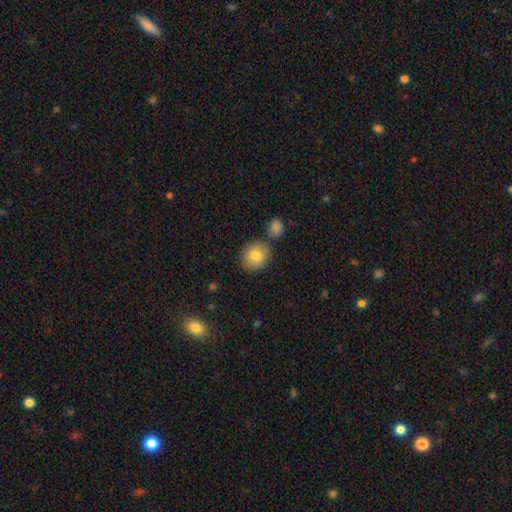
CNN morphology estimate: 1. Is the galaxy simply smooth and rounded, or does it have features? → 82% smooth, 10% featured or disk, 8% star or artifact.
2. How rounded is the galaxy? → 68% round, 31% in between, 1% cigar-shaped.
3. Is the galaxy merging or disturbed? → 75% none, 12% minor disturbance, 11% merger, 3% major disturbance.